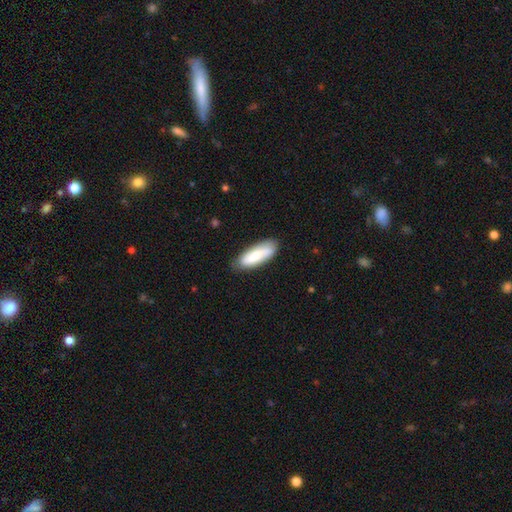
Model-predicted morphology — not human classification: Smooth or featured? smooth (70%)
How rounded? in between (65%)
Merging? none (80%)